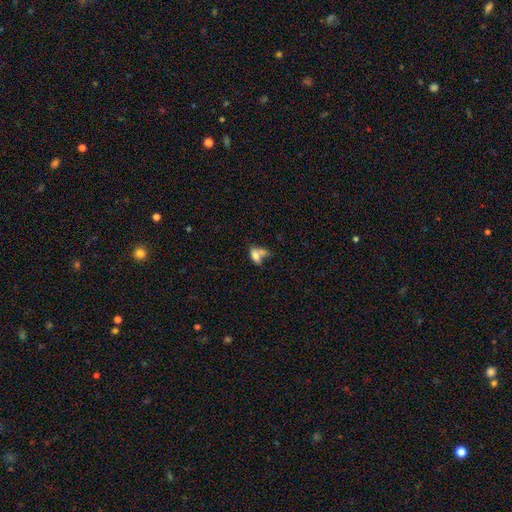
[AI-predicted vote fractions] This appears to be a smooth galaxy with no disk features (72%) that is in between round and cigar-shaped (85%). Merging: merger (48%).